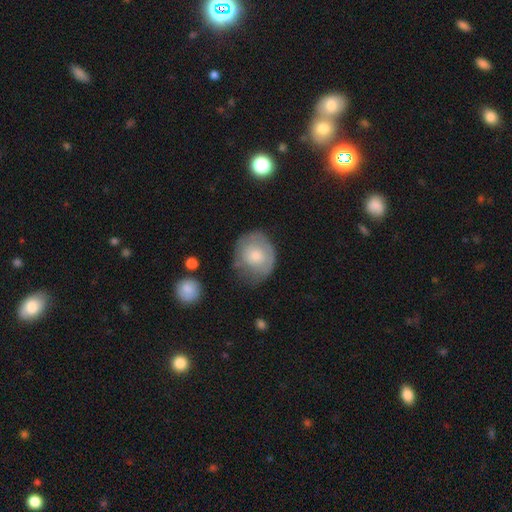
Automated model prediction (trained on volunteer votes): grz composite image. It shows a smooth galaxy with no disk features (62%) that is round (65%). Merging: none (49%).